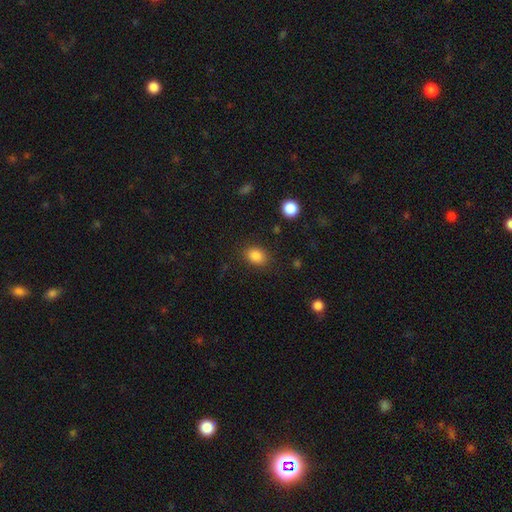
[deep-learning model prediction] A smooth galaxy with no disk features (86%) that is in between round and cigar-shaped (63%).

Vote fractions:
- Smooth or featured? smooth: 86% / star or artifact: 10% / featured or disk: 5%
- How rounded? in between: 63% / round: 36% / cigar-shaped: 1%
- Merging? none: 84% / minor disturbance: 11% / major disturbance: 4% / merger: 1%